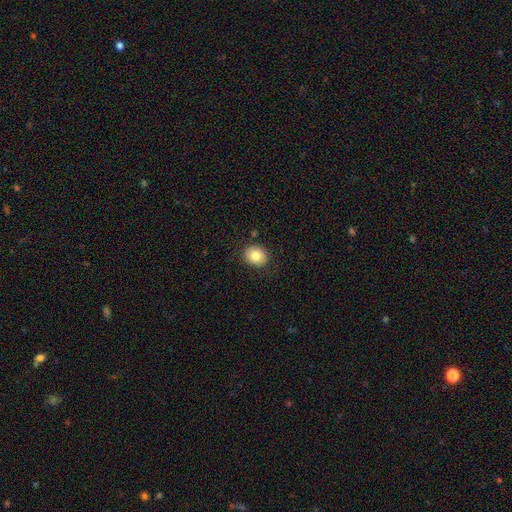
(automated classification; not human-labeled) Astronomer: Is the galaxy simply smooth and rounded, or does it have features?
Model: smooth — 80%.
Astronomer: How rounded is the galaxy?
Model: round — 64%.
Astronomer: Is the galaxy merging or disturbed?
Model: none — 87%.